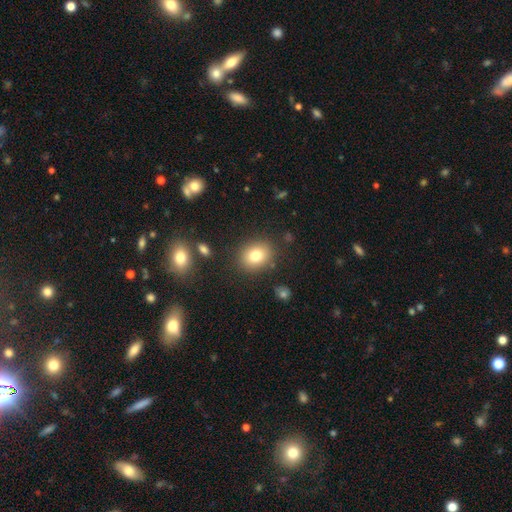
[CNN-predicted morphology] This is likely a smooth galaxy (79%). How rounded: possibly round (53%). Merging: clearly none (85%).